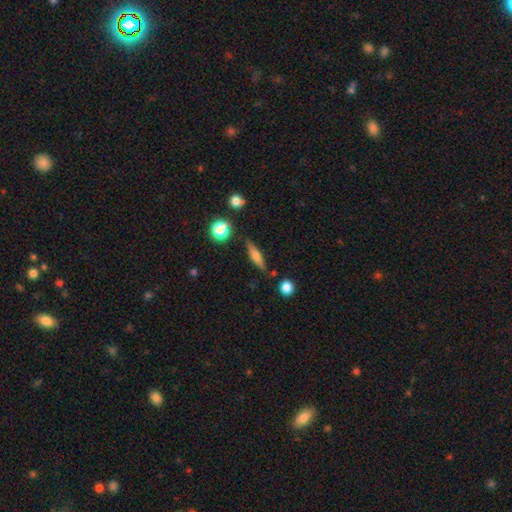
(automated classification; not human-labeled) Smooth or featured? smooth (57%)
How rounded? cigar-shaped (70%)
Merging? none (80%)